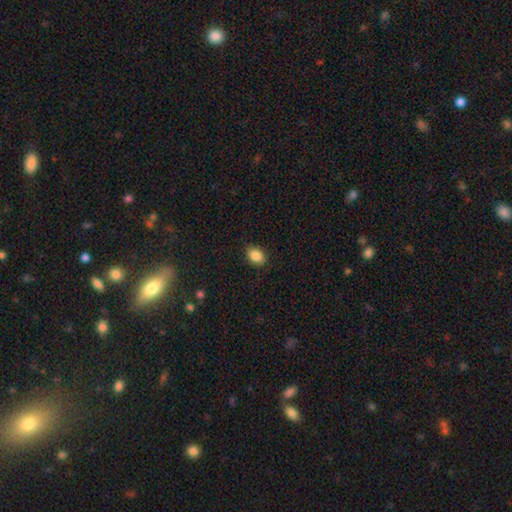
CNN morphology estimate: Smooth or featured: smooth — 88% (star or artifact — 9%)
How rounded: in between — 69% (round — 30%)
Merging: none — 87% (minor disturbance — 9%)